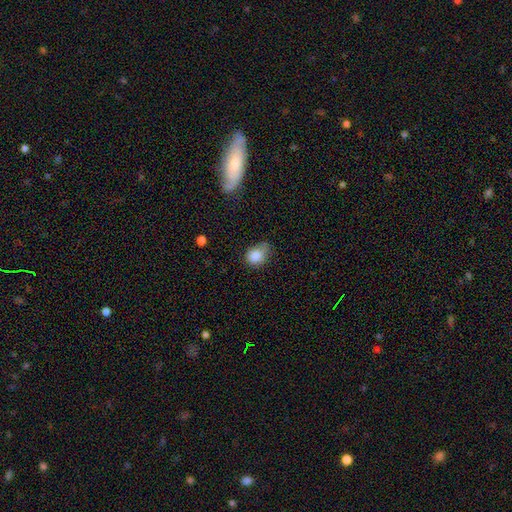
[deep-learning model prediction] Smooth or featured?
  - smooth: 85% *
  - star or artifact: 9%
  - featured or disk: 6%
How rounded?
  - in between: 50% *
  - round: 49%
  - cigar-shaped: 1%
Merging?
  - none: 46% *
  - minor disturbance: 40%
  - major disturbance: 11%
  - merger: 3%